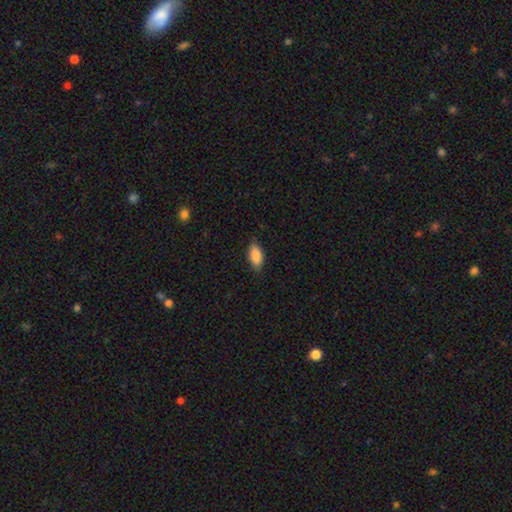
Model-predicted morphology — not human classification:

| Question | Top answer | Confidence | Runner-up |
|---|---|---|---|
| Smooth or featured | smooth | 87% | featured or disk (7%) |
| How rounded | in between | 88% | cigar-shaped (10%) |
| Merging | none | 80% | minor disturbance (16%) |